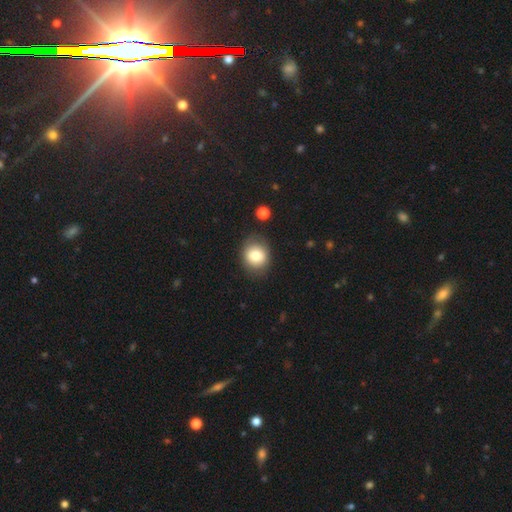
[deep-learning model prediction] A smooth galaxy with no disk features (79%) that is round (71%).

Vote fractions:
- Smooth or featured? smooth: 79% / featured or disk: 12% / star or artifact: 9%
- How rounded? round: 71% / in between: 28% / cigar-shaped: 1%
- Merging? none: 80% / minor disturbance: 14% / major disturbance: 4% / merger: 2%